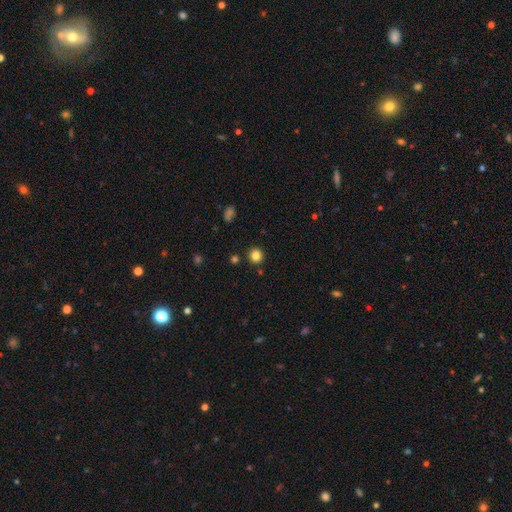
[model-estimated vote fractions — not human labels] This is clearly a smooth galaxy (83%). How rounded: clearly round (93%). Merging: clearly none (89%).